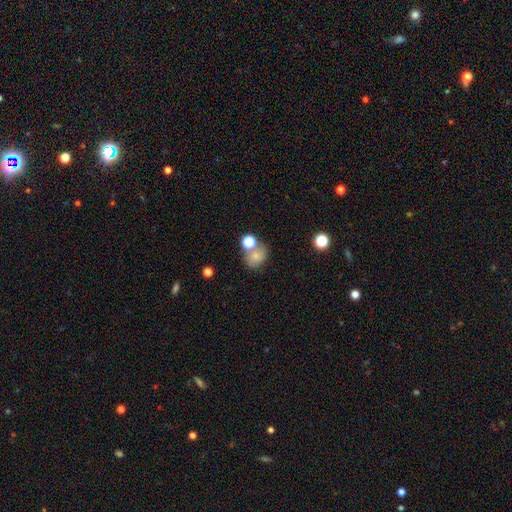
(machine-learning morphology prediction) Smooth or featured? smooth (74%)
How rounded? round (52%)
Merging? none (49%)